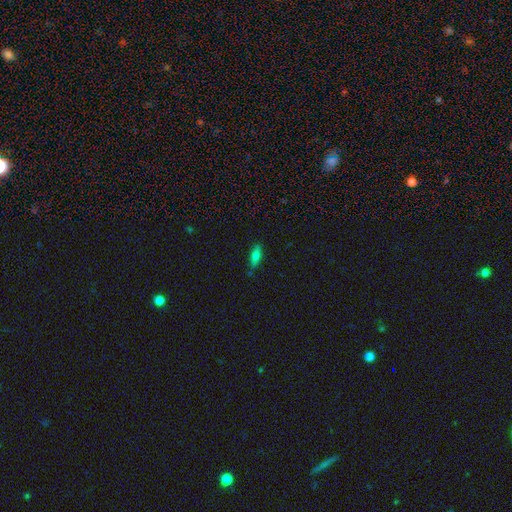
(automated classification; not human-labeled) smooth_or_featured: smooth (p=0.75) [alt: featured or disk p=0.14]
how_rounded: in between (p=0.62) [alt: cigar-shaped p=0.35]
merging: none (p=0.79) [alt: minor disturbance p=0.15]